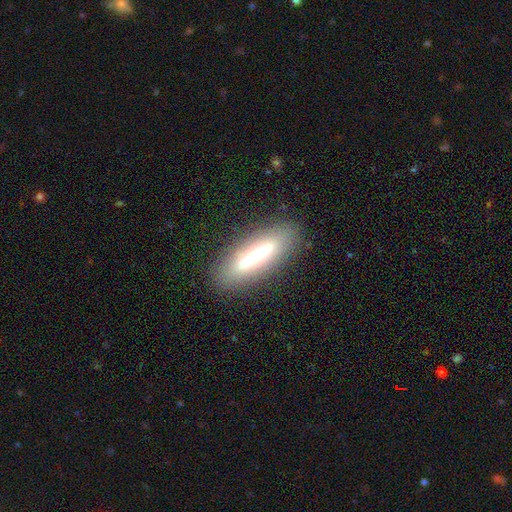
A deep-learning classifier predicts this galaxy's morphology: Smooth or featured: smooth — 49% (featured or disk — 42%)
Merging: none — 86% (minor disturbance — 9%)